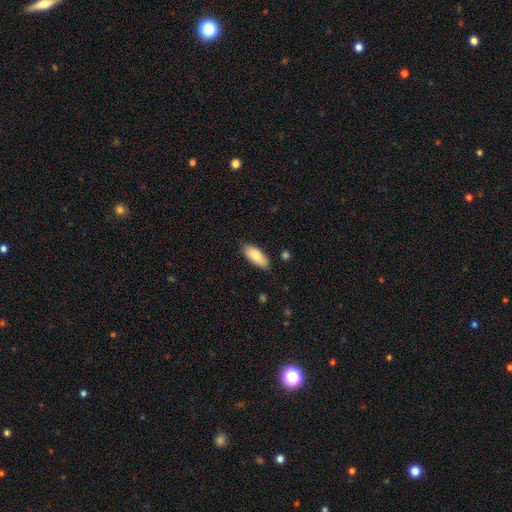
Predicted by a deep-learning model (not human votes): The model was most divided on "how rounded": in between: 80%, cigar-shaped: 18%, round: 2%. More confident: smooth or featured — smooth (82%); merging — none (82%).